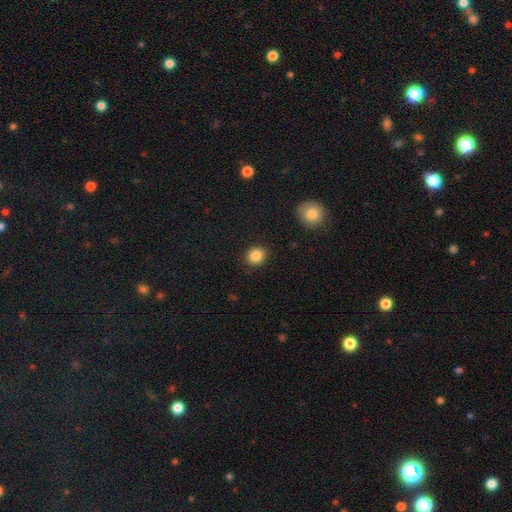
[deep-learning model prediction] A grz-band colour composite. It shows a smooth galaxy with no disk features (86%) that is round (79%). Merging: none (90%).